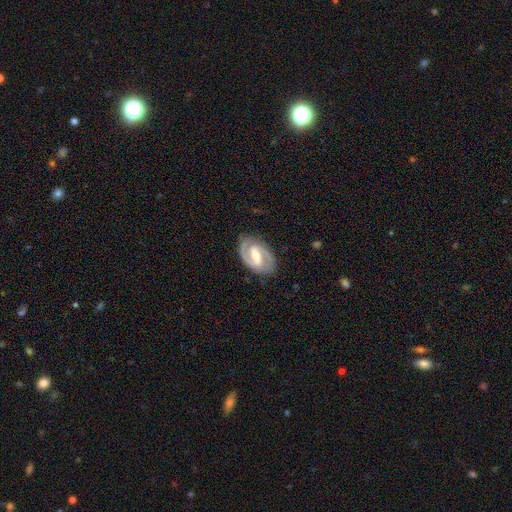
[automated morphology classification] featured or disk 89%, smooth 7%, star or artifact 4%. Down the decision tree: edge-on disk — no (97%); bar — strong (48%); spiral arms — yes (95%); spiral arm count — 2 (91%); spiral winding — medium (48%); bulge size — moderate (62%); merging — none (84%).